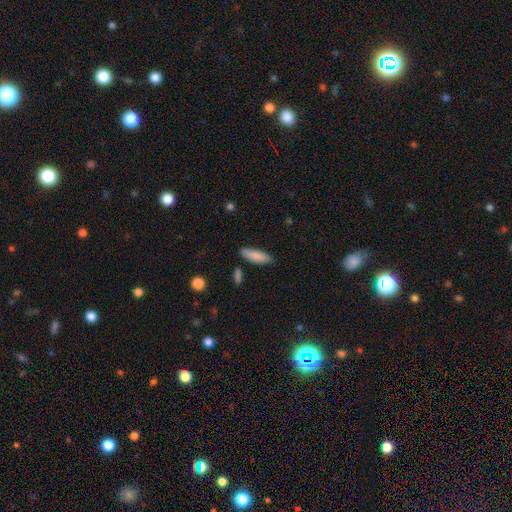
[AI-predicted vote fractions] Smooth or featured: smooth — 86% (featured or disk — 8%)
How rounded: cigar-shaped — 53% (in between — 45%)
Merging: none — 82% (minor disturbance — 13%)